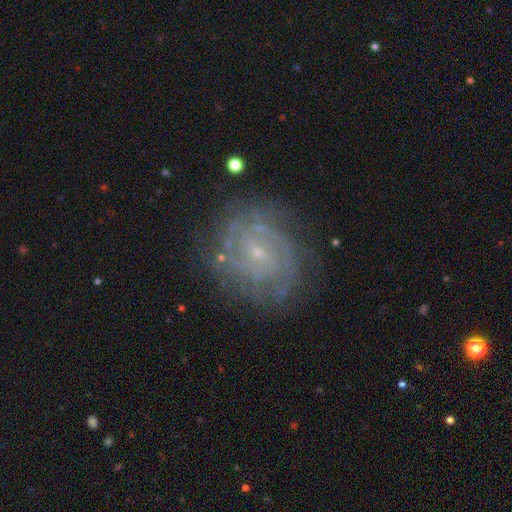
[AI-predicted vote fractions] featured or disk 82%, star or artifact 9%, smooth 9%. Down the decision tree: edge-on disk — no (97%); bar — no (59%); spiral arms — yes (95%); spiral arm count — can't tell (31%); spiral winding — tight (69%); bulge size — small (81%); merging — none (79%).